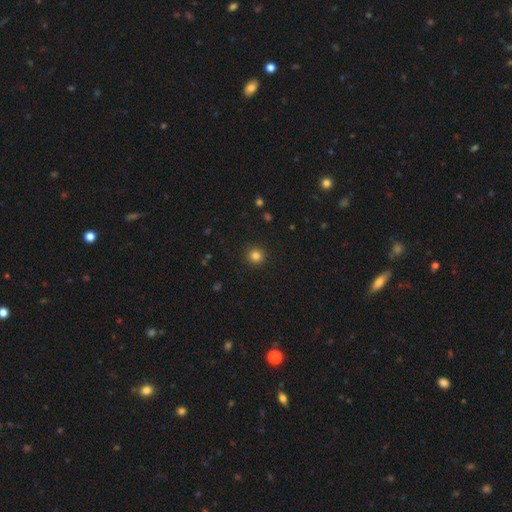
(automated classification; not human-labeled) Q: Smooth or featured?
A: smooth (82%); runner-up: star or artifact (13%)
Q: How rounded?
A: round (95%); runner-up: in between (4%)
Q: Merging?
A: none (92%); runner-up: minor disturbance (5%)